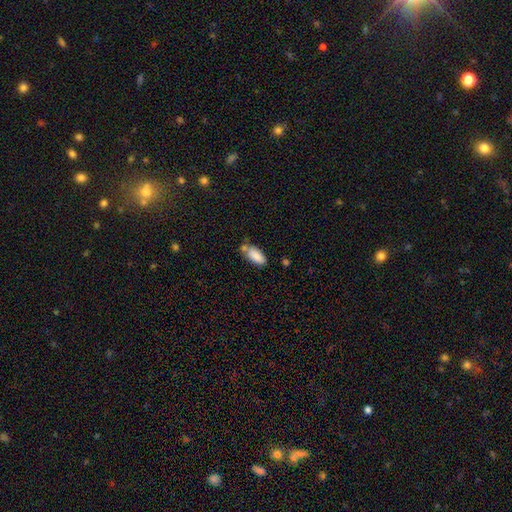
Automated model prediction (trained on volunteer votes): Smooth or featured? Predicted: smooth (p=0.85). How rounded? Predicted: in between (p=0.88). Merging? Predicted: none (p=0.49).